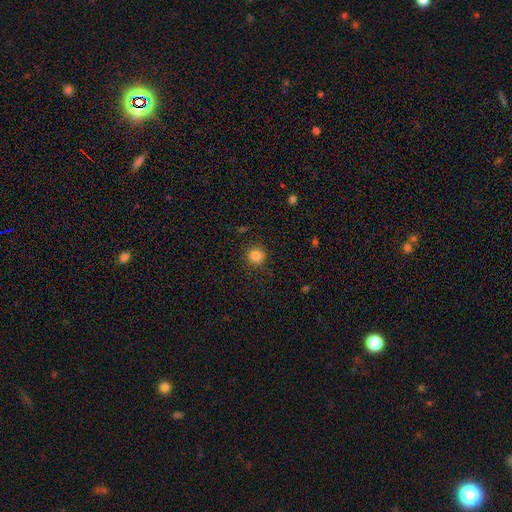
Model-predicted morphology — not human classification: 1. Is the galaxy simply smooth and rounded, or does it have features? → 84% smooth, 11% star or artifact, 5% featured or disk.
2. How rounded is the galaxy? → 93% round, 6% in between, 1% cigar-shaped.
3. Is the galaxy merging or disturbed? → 89% none, 7% minor disturbance, 2% major disturbance, 1% merger.